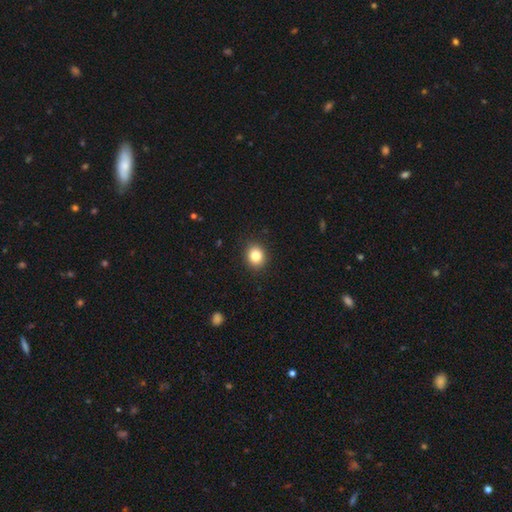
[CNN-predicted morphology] Overall: smooth (83%). How rounded: round (72%). Merging: none (91%).